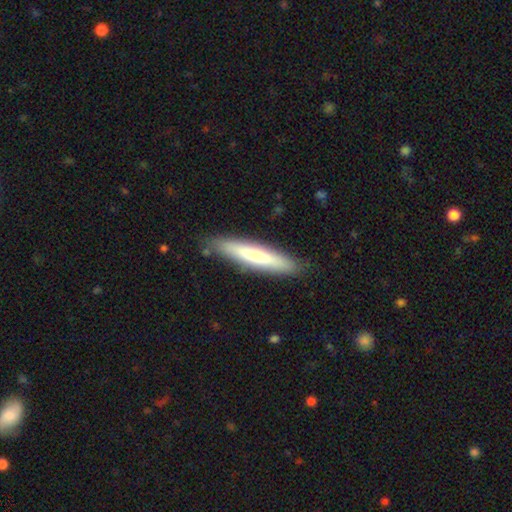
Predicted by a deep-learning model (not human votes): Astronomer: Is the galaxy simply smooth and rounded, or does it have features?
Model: smooth — 68%.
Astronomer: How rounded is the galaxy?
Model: cigar-shaped — 89%.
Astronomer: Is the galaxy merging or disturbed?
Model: none — 86%.